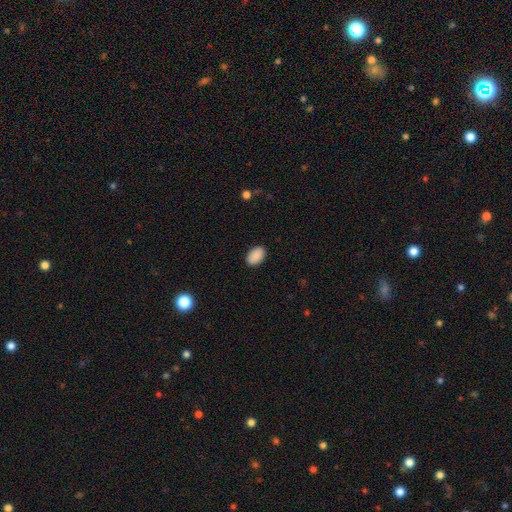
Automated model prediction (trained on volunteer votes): A smooth galaxy with no disk features (90%) that is in between round and cigar-shaped (89%).

Vote fractions:
- Smooth or featured? smooth: 90% / star or artifact: 7% / featured or disk: 3%
- How rounded? in between: 89% / round: 10% / cigar-shaped: 1%
- Merging? none: 89% / minor disturbance: 8% / major disturbance: 2% / merger: 1%